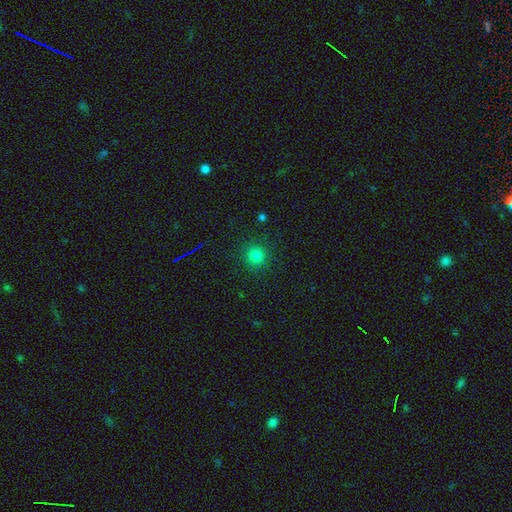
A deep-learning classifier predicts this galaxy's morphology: smooth_or_featured: smooth (p=0.81) [alt: star or artifact p=0.15]
how_rounded: round (p=0.94) [alt: in between p=0.05]
merging: none (p=0.90) [alt: minor disturbance p=0.06]